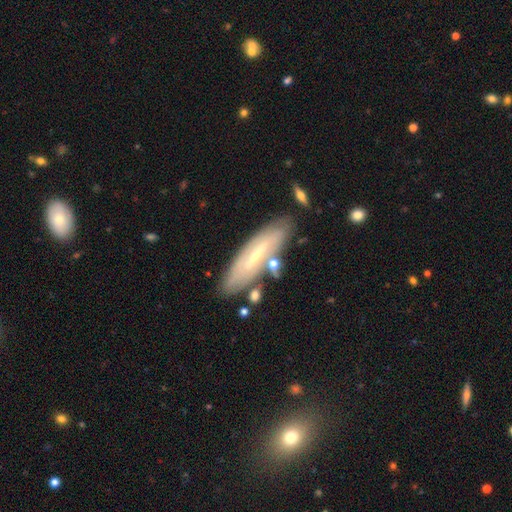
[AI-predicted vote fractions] A featured or disk galaxy (62%). Merging: none (75%).